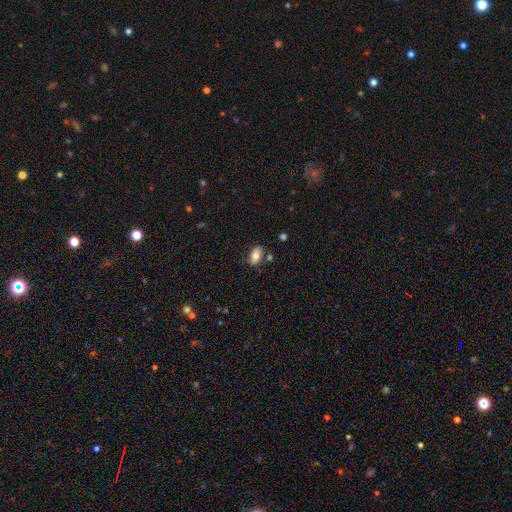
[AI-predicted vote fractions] smooth 72%, featured or disk 20%, star or artifact 8%. Down the decision tree: how rounded — in between (91%); merging — none (79%).